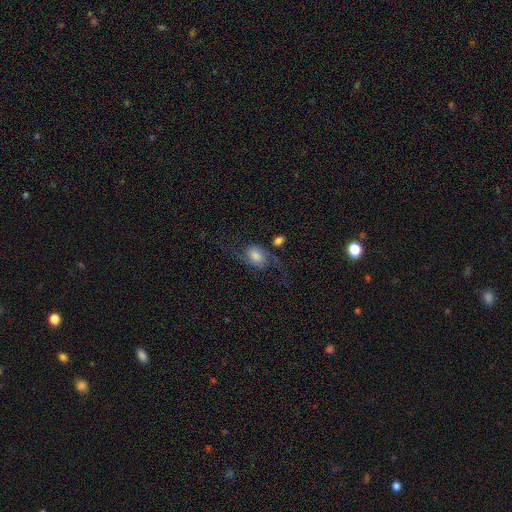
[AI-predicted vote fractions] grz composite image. It shows a featured or disk galaxy (69%) with no bar (52%), 2 (93%) loose (79%) spiral arms (93%) and a moderate central bulge (37%). Merging: none (60%).